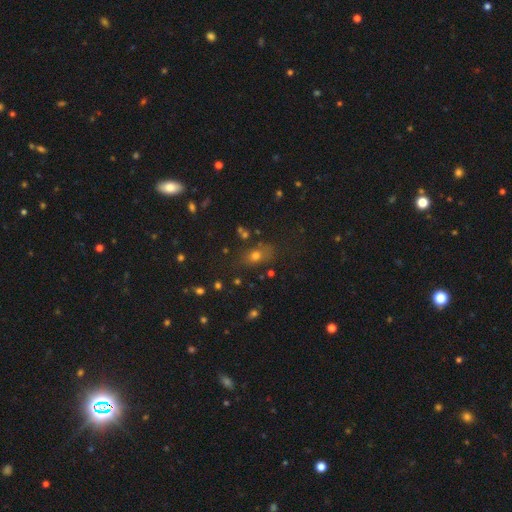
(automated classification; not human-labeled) Smooth or featured? smooth (68%)
How rounded? in between (62%)
Merging? none (68%)